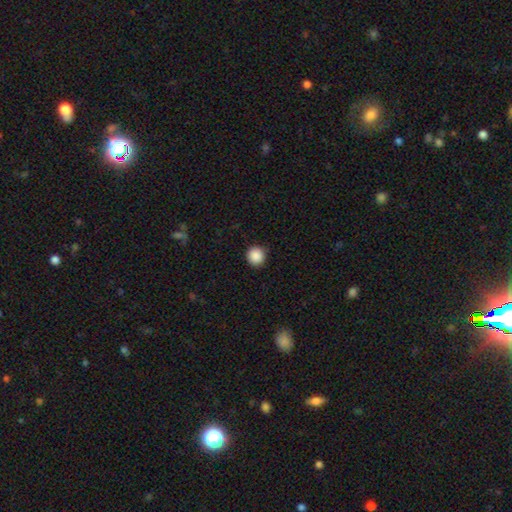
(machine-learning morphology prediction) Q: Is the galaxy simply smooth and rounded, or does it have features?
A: smooth — 88%.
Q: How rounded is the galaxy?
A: round — 93%.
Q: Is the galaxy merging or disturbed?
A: none — 90%.